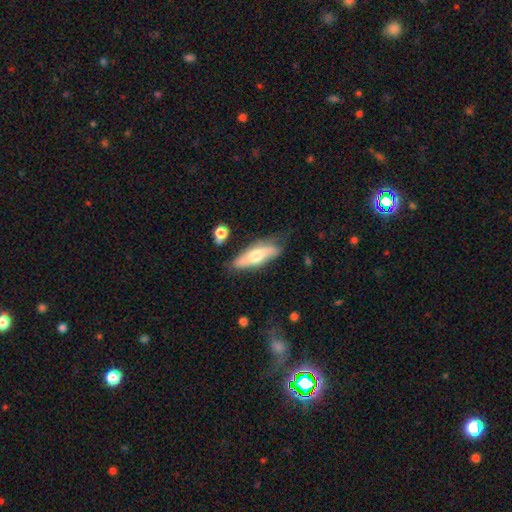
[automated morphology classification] smooth 48%, featured or disk 45%, star or artifact 6%. Down the decision tree: merging — none (63%).